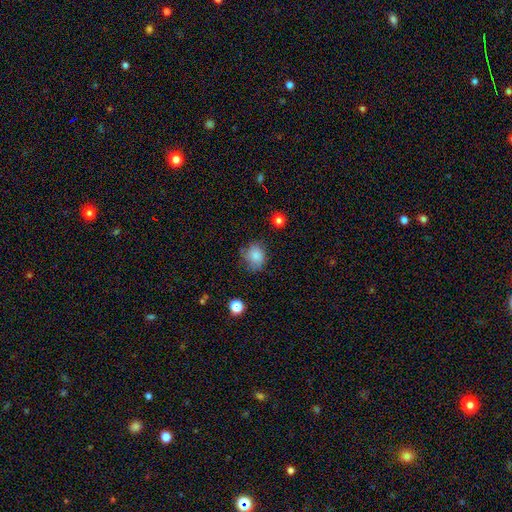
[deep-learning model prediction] Smooth or featured: smooth — 81% (star or artifact — 10%)
How rounded: round — 65% (in between — 34%)
Merging: none — 64% (minor disturbance — 25%)